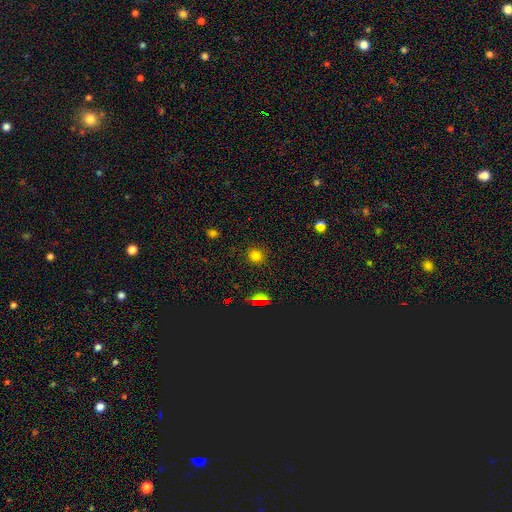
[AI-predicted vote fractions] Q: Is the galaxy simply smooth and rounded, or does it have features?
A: smooth — 75%.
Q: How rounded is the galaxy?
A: round — 90%.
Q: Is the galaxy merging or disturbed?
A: none — 88%.